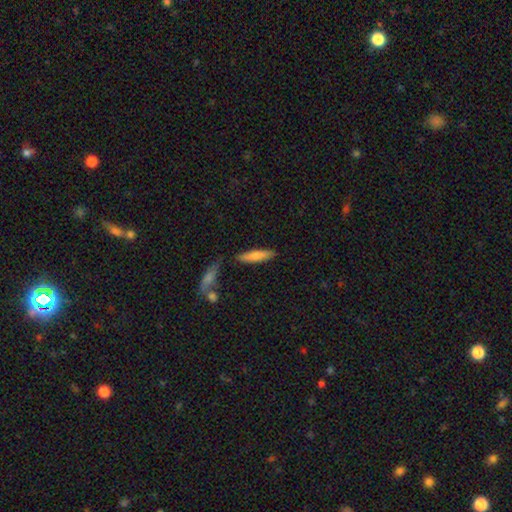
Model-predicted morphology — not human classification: A smooth galaxy with no disk features (74%) that is cigar-shaped (78%). Merging: none (80%).